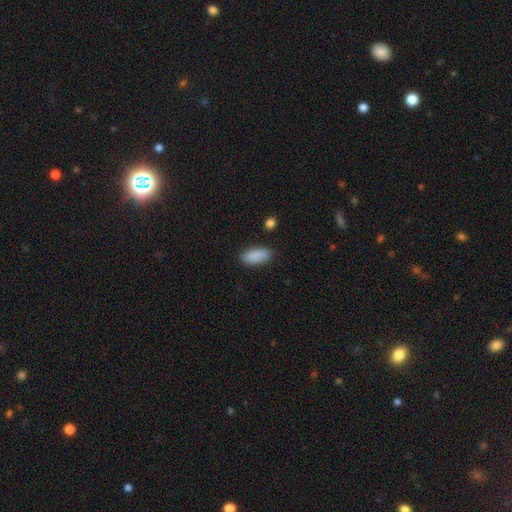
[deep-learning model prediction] This is clearly a smooth galaxy (90%). How rounded: clearly in between (85%). Merging: clearly none (86%).